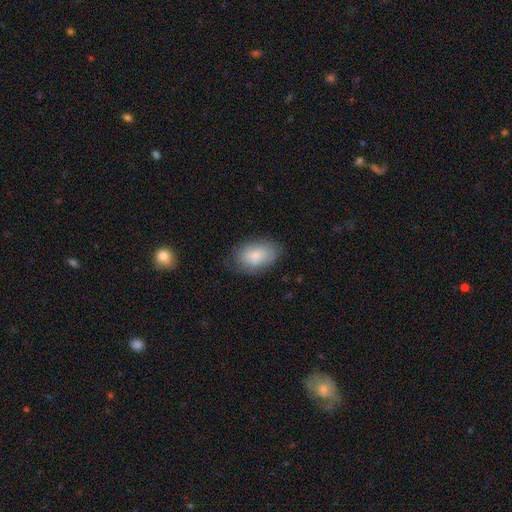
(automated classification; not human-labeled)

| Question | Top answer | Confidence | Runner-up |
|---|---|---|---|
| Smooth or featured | smooth | 78% | featured or disk (15%) |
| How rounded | in between | 91% | round (7%) |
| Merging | none | 71% | minor disturbance (20%) |